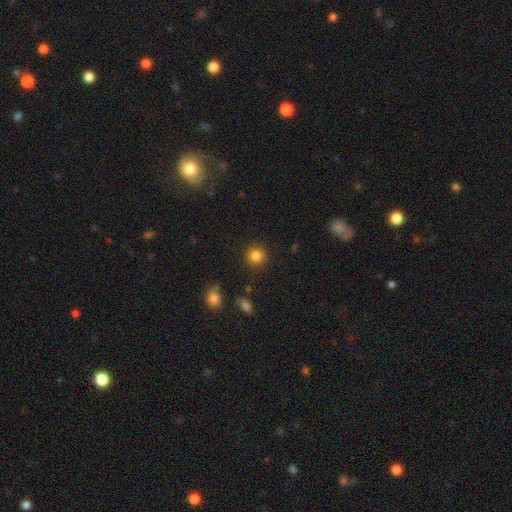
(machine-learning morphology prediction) Q: Smooth or featured?
A: smooth (85%); runner-up: star or artifact (11%)
Q: How rounded?
A: round (93%); runner-up: in between (6%)
Q: Merging?
A: none (89%); runner-up: minor disturbance (6%)